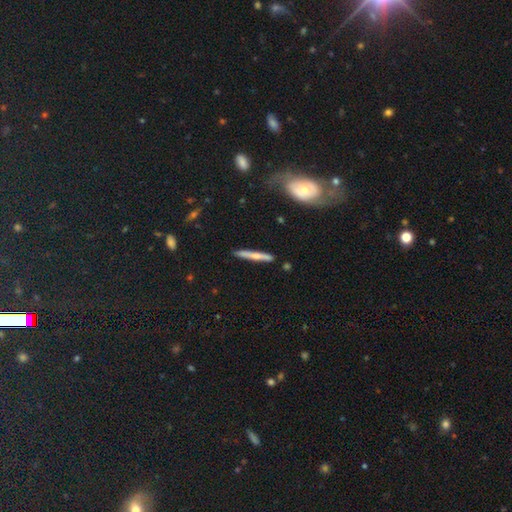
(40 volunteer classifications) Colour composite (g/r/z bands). It shows a featured or disk galaxy (55%) viewed edge-on (100%) with a rounded central bulge (68%). Merging: none (85%).